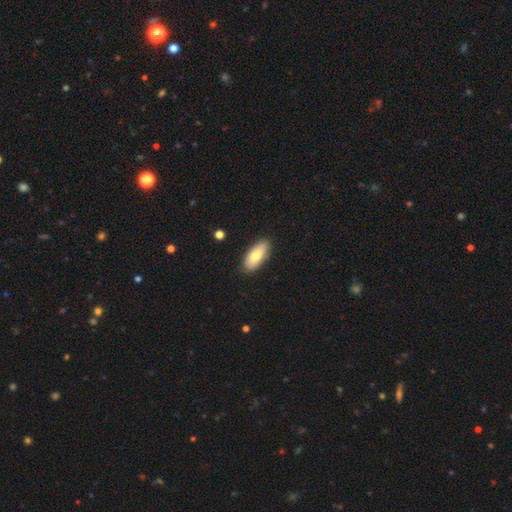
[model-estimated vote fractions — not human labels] A smooth galaxy with no disk features (78%) that is in between round and cigar-shaped (85%).

Vote fractions:
- Smooth or featured? smooth: 78% / featured or disk: 16% / star or artifact: 6%
- How rounded? in between: 85% / cigar-shaped: 13% / round: 2%
- Merging? none: 87% / minor disturbance: 10% / major disturbance: 2% / merger: 1%